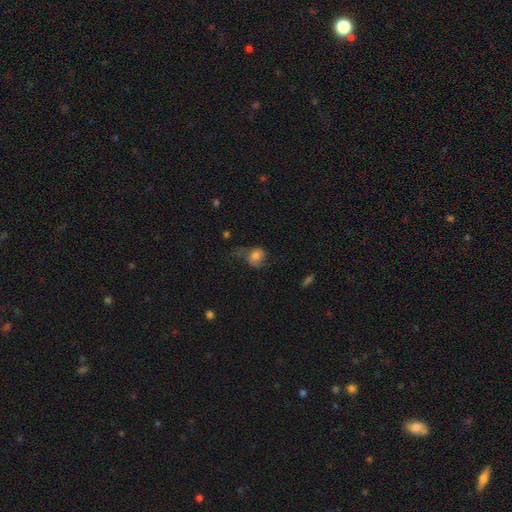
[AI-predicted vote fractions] A smooth galaxy with no disk features (63%) that is round (65%).

Vote fractions:
- Smooth or featured? smooth: 63% / featured or disk: 27% / star or artifact: 10%
- How rounded? round: 65% / in between: 34% / cigar-shaped: 1%
- Merging? none: 36% / major disturbance: 35% / minor disturbance: 27% / merger: 3%